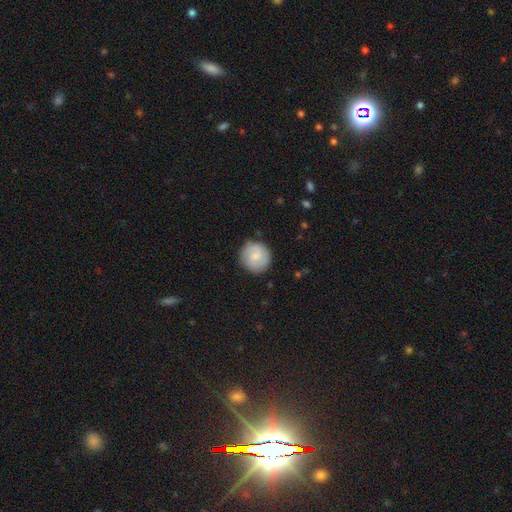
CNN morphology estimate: Smooth or featured? smooth (71%)
How rounded? round (93%)
Merging? none (85%)